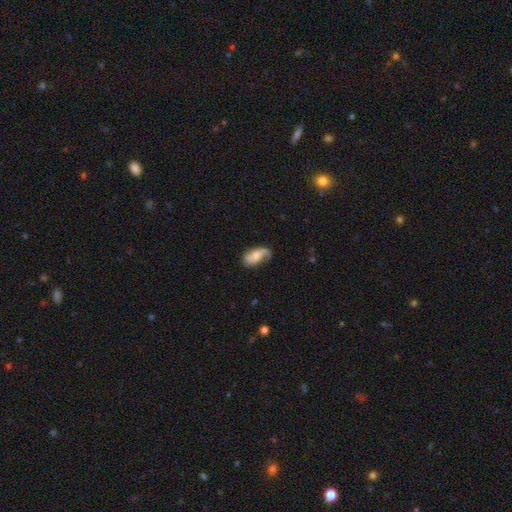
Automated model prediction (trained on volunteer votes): smooth_or_featured: featured or disk (p=0.50) [alt: smooth p=0.43]
merging: none (p=0.57) [alt: minor disturbance p=0.29]